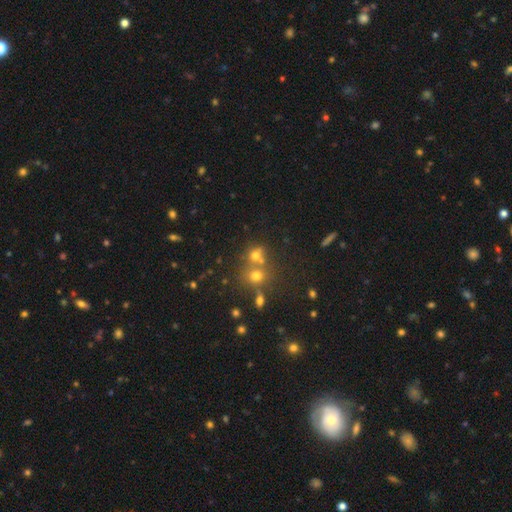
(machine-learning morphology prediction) This is likely a smooth galaxy (64%). How rounded: likely round (77%). Merging: possibly none (46%).